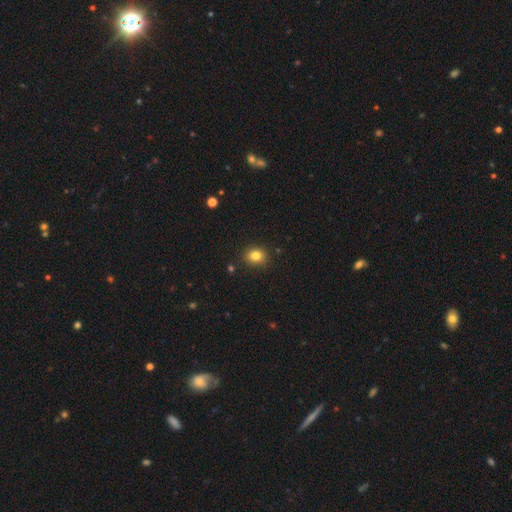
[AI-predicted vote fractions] A smooth galaxy with no disk features (82%) that is round (63%). Merging: none (88%).